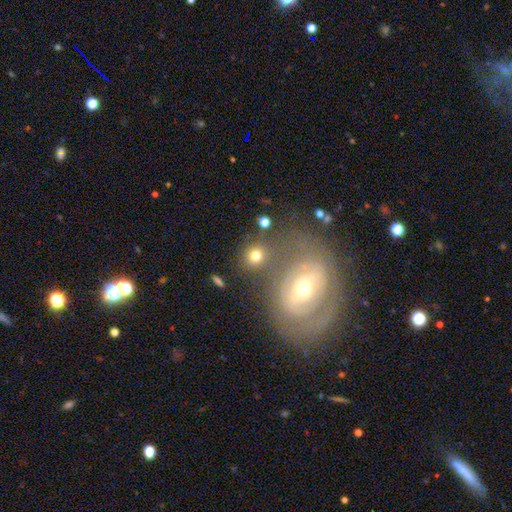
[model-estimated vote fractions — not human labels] smooth_or_featured: smooth (p=0.75) [alt: featured or disk p=0.13]
how_rounded: round (p=0.81) [alt: in between p=0.18]
merging: none (p=0.68) [alt: merger p=0.15]